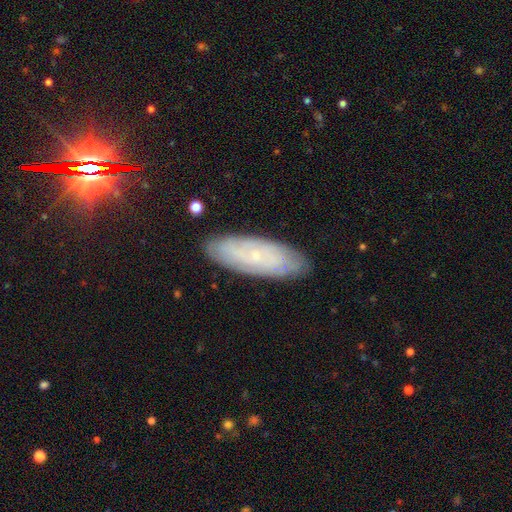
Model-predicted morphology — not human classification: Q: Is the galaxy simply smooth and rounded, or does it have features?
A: featured or disk — 57%.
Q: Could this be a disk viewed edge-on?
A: no — 82%.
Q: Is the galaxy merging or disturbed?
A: none — 85%.